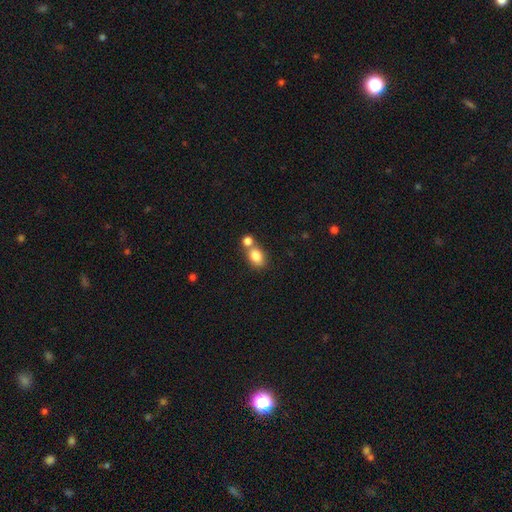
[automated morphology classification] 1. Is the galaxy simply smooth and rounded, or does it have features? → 83% smooth, 9% star or artifact, 8% featured or disk.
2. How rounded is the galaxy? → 67% in between, 32% round, 2% cigar-shaped.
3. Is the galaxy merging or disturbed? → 45% none, 42% merger, 10% minor disturbance, 3% major disturbance.